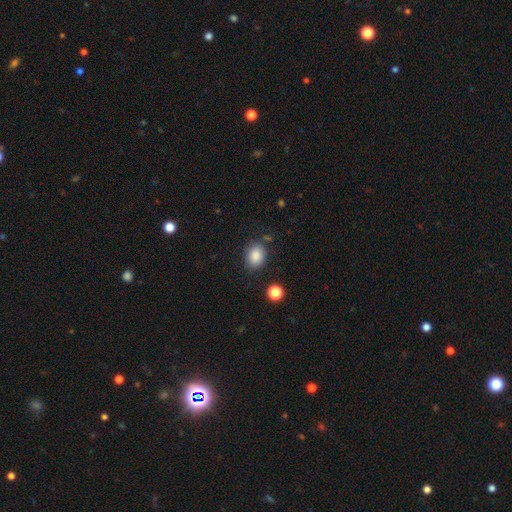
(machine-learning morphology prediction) The model was most divided on "how rounded": in between: 56%, round: 43%, cigar-shaped: 1%. More confident: smooth or featured — smooth (86%); merging — none (80%).